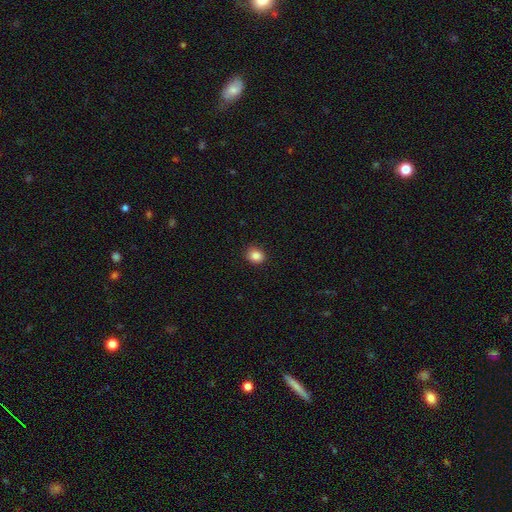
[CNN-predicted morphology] Smooth or featured? smooth (86%)
How rounded? round (62%)
Merging? none (87%)